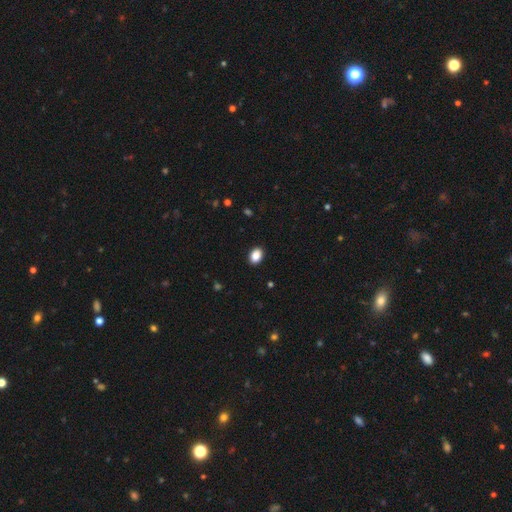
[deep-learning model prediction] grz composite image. It shows a smooth galaxy with no disk features (88%) that is in between round and cigar-shaped (78%). Merging: none (91%).